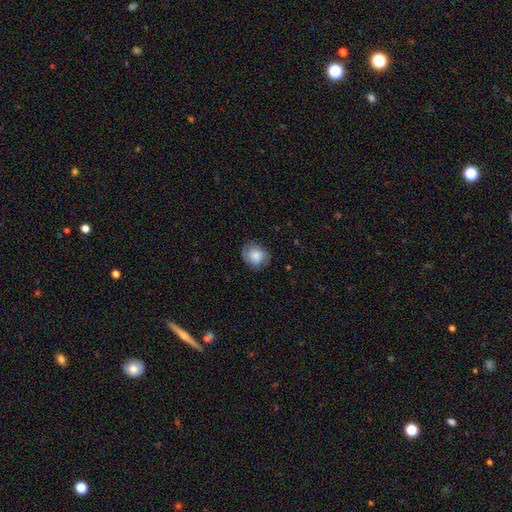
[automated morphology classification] A smooth galaxy with no disk features (69%) that is round (68%). Merging: none (73%).